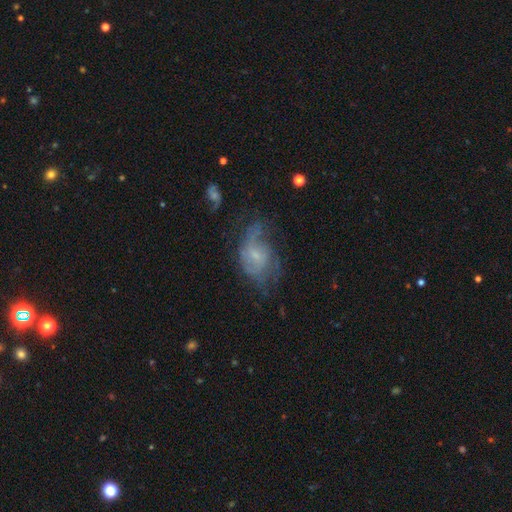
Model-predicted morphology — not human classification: Overall: featured or disk (61%; smooth 29%). Edge-on disk: no (97%). Bar: no (65%; weak 31%). Spiral arms: yes (71%). Bulge size: small (66%). Merging: none (38%; major disturbance 32%).